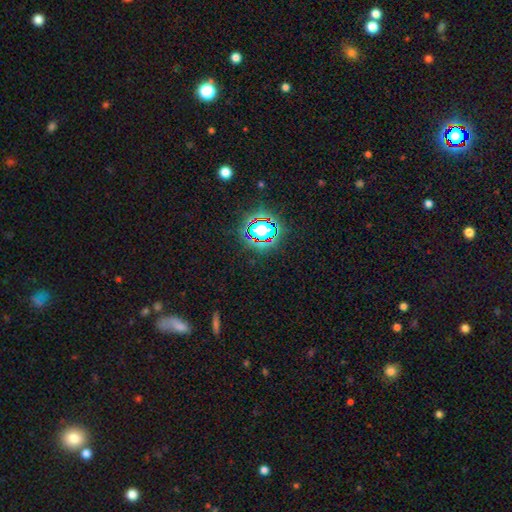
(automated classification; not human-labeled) The model was most divided on "smooth or featured": star or artifact: 78%, smooth: 13%, featured or disk: 8%.